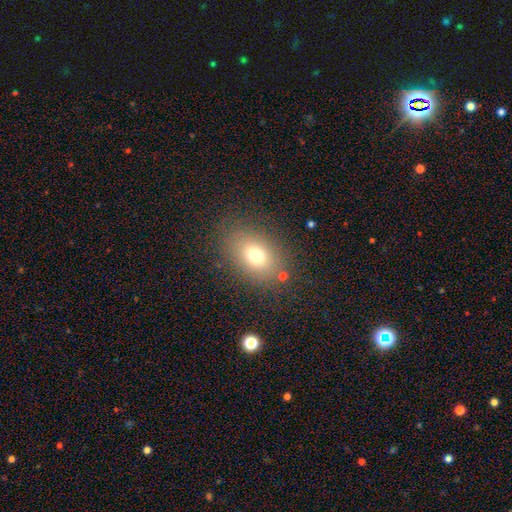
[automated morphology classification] A smooth galaxy with no disk features (71%) that is in between round and cigar-shaped (71%). Merging: none (81%).